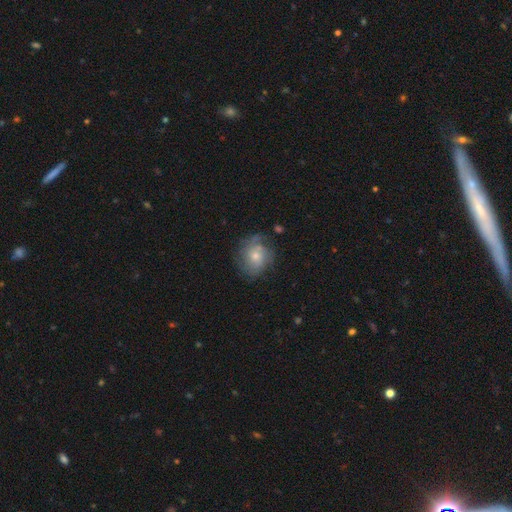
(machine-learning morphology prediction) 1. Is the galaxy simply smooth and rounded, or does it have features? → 47% featured or disk, 45% smooth, 8% star or artifact.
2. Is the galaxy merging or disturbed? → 59% none, 24% minor disturbance, 12% major disturbance, 4% merger.